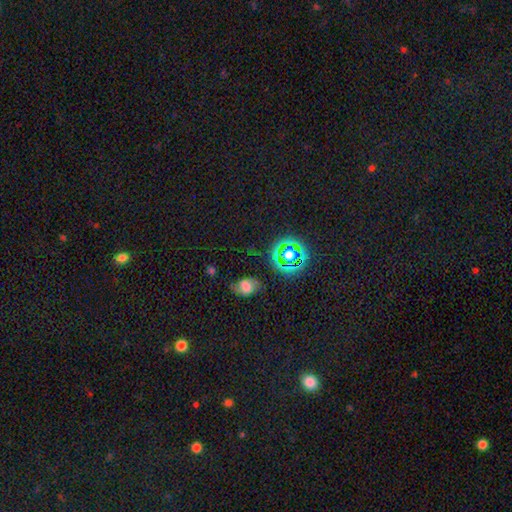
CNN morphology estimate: A star or artifact, not a galaxy (65%).

Vote fractions:
- Smooth or featured? star or artifact: 65% / smooth: 27% / featured or disk: 8%